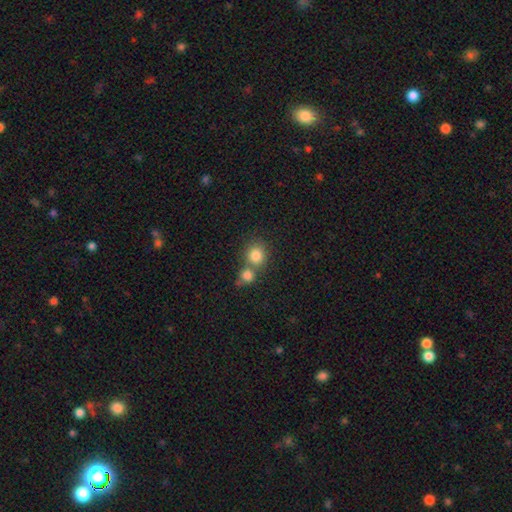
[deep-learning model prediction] A smooth galaxy with no disk features (82%) that is round (84%).

Vote fractions:
- Smooth or featured? smooth: 82% / star or artifact: 10% / featured or disk: 8%
- How rounded? round: 84% / in between: 15% / cigar-shaped: 1%
- Merging? none: 47% / merger: 42% / minor disturbance: 7% / major disturbance: 3%